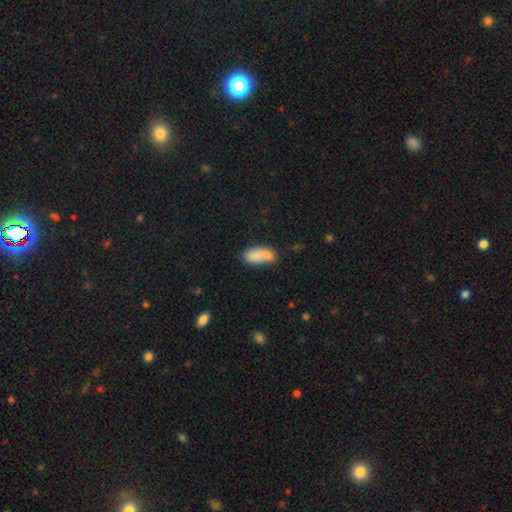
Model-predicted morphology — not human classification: This appears to be a smooth galaxy with no disk features (78%) that is in between round and cigar-shaped (89%). Merging: none (36%).